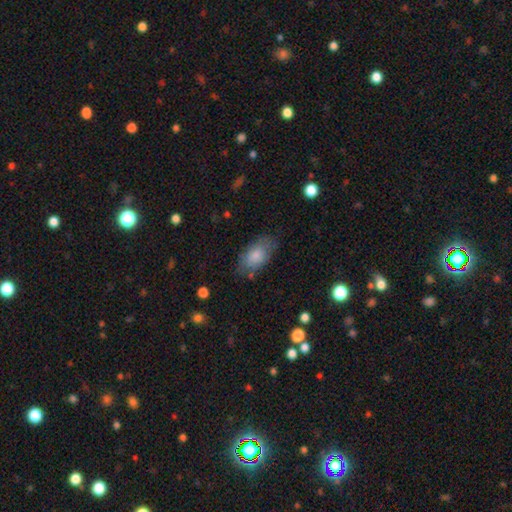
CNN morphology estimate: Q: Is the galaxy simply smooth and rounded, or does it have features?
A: smooth — 81%.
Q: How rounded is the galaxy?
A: in between — 92%.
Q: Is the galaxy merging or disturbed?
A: none — 70%.